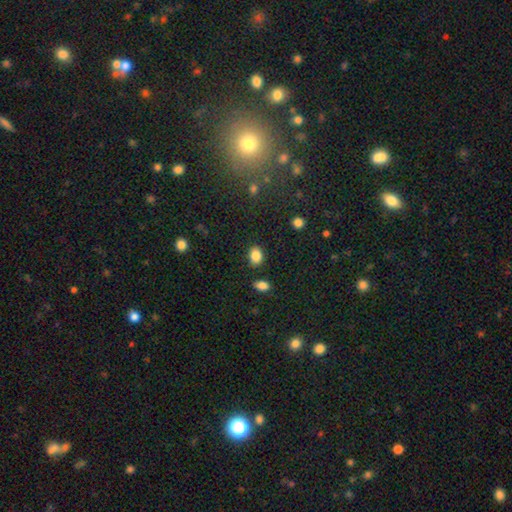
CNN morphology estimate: The model was most divided on "how rounded": in between: 68%, round: 31%, cigar-shaped: 1%. More confident: smooth or featured — smooth (86%); merging — none (84%).